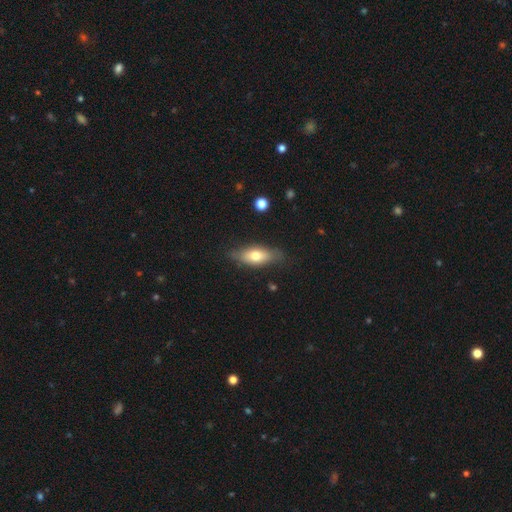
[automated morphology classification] A smooth galaxy with no disk features (64%) that is in between round and cigar-shaped (73%).

Vote fractions:
- Smooth or featured? smooth: 64% / featured or disk: 30% / star or artifact: 6%
- How rounded? in between: 73% / cigar-shaped: 23% / round: 4%
- Merging? none: 75% / minor disturbance: 19% / major disturbance: 4% / merger: 2%